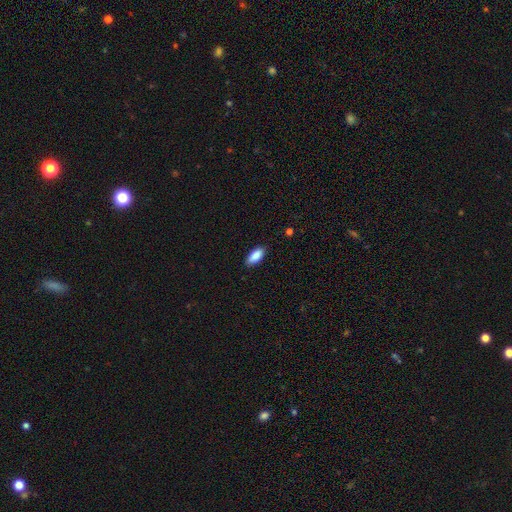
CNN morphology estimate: smooth 88%, star or artifact 6%, featured or disk 5%. Down the decision tree: how rounded — in between (84%); merging — none (86%).